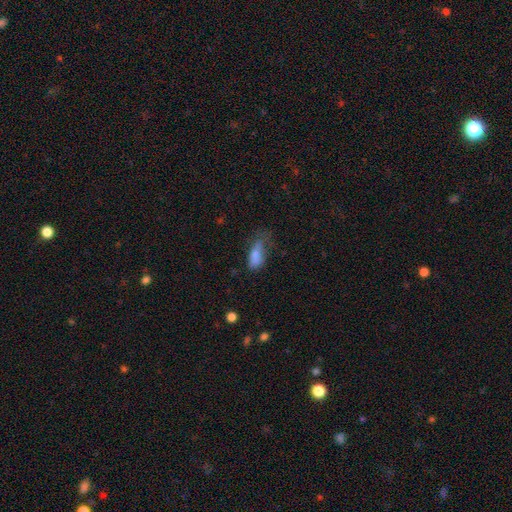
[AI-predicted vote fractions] Overall: smooth (78%). How rounded: in between (80%). Merging: major disturbance (37%; minor disturbance 32%).